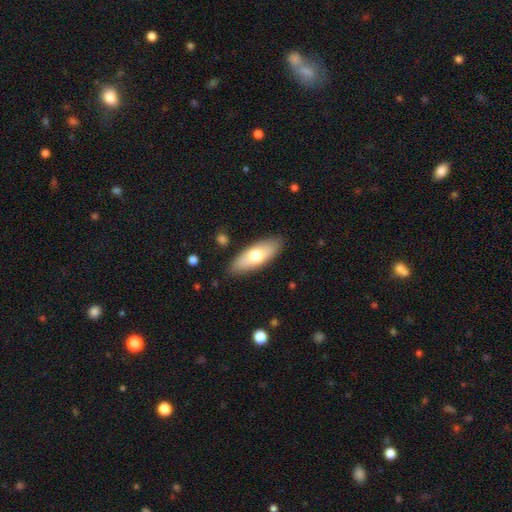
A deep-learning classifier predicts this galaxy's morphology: Overall: smooth (66%; featured or disk 29%). How rounded: in between (73%). Merging: none (87%).